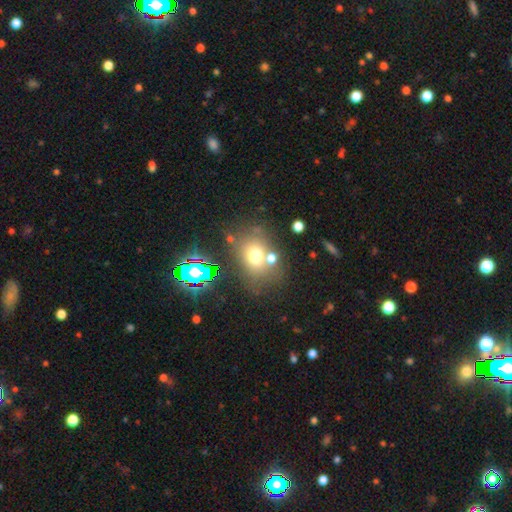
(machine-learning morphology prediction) type=smooth (65%); roundness=in between (51%); merging=none (58%).